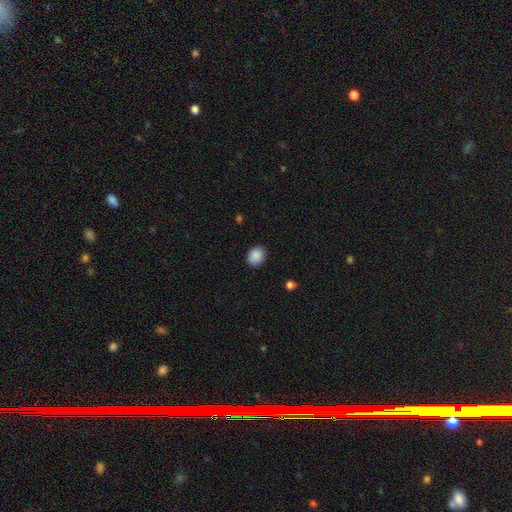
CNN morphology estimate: Q: Smooth or featured?
A: smooth (88%); runner-up: star or artifact (8%)
Q: How rounded?
A: round (52%); runner-up: in between (47%)
Q: Merging?
A: none (88%); runner-up: minor disturbance (9%)